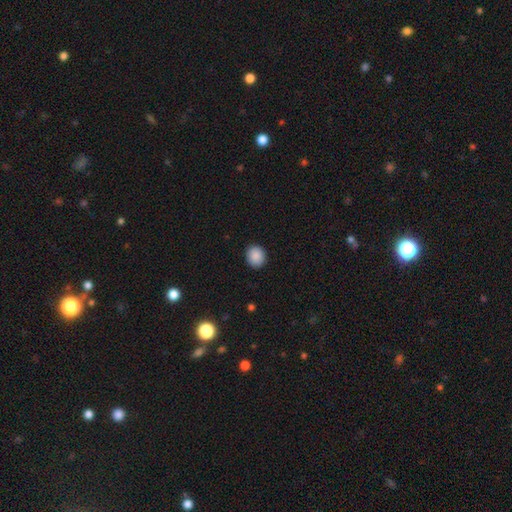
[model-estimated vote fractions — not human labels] This is clearly a smooth galaxy (89%). How rounded: likely round (73%). Merging: clearly none (91%).